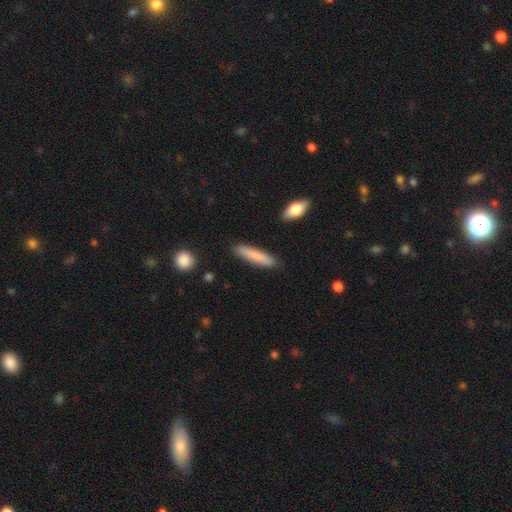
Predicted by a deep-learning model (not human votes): Smooth or featured? smooth (83%)
How rounded? cigar-shaped (86%)
Merging? none (88%)